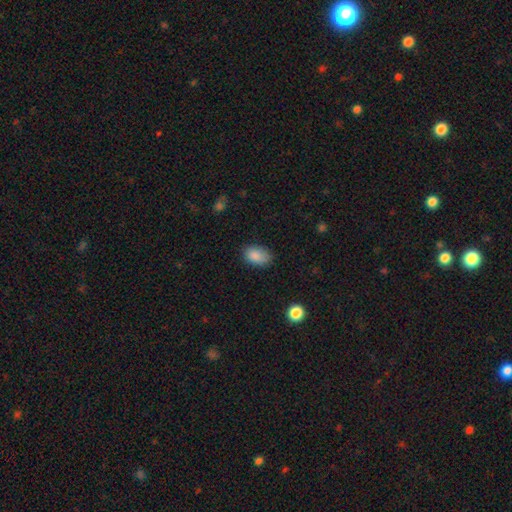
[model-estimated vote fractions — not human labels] smooth_or_featured: smooth (p=0.87) [alt: star or artifact p=0.09]
how_rounded: in between (p=0.87) [alt: round p=0.12]
merging: none (p=0.77) [alt: minor disturbance p=0.18]